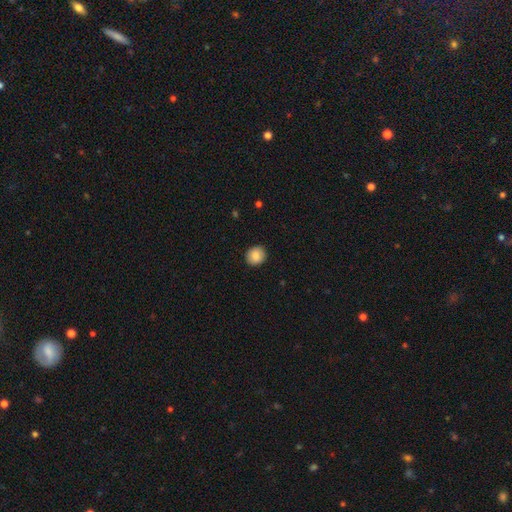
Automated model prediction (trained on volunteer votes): Q: Smooth or featured?
A: smooth (87%); runner-up: star or artifact (8%)
Q: How rounded?
A: round (84%); runner-up: in between (15%)
Q: Merging?
A: none (90%); runner-up: minor disturbance (7%)